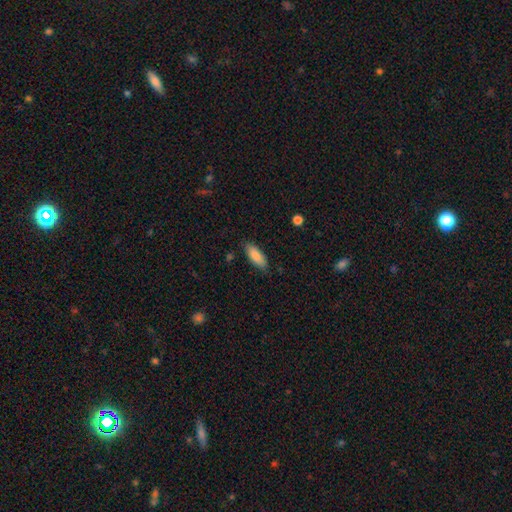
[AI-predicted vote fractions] This is clearly a smooth galaxy (86%). How rounded: likely in between (72%). Merging: clearly none (83%).